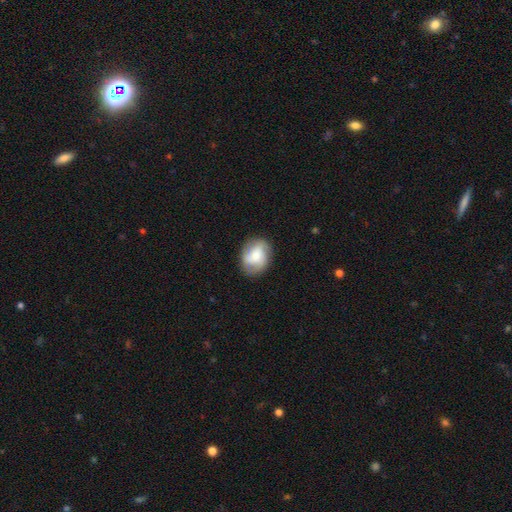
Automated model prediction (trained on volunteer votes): smooth_or_featured: featured or disk (p=0.49) [alt: smooth p=0.44]
merging: none (p=0.78) [alt: minor disturbance p=0.15]